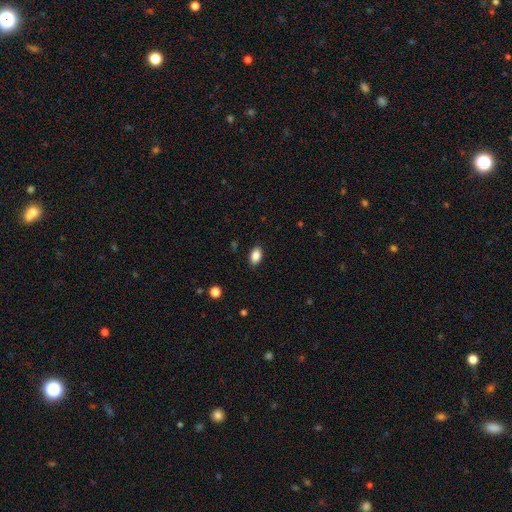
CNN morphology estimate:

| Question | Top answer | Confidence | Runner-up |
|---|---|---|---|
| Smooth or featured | smooth | 88% | star or artifact (8%) |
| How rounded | in between | 90% | round (8%) |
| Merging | none | 88% | minor disturbance (9%) |